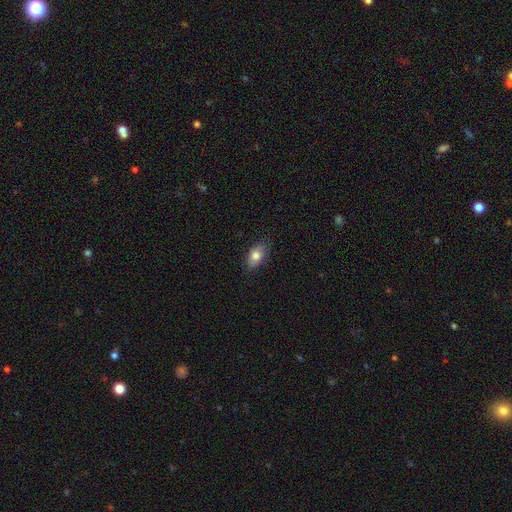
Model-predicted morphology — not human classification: A smooth galaxy with no disk features (80%) that is in between round and cigar-shaped (89%). Merging: none (82%).